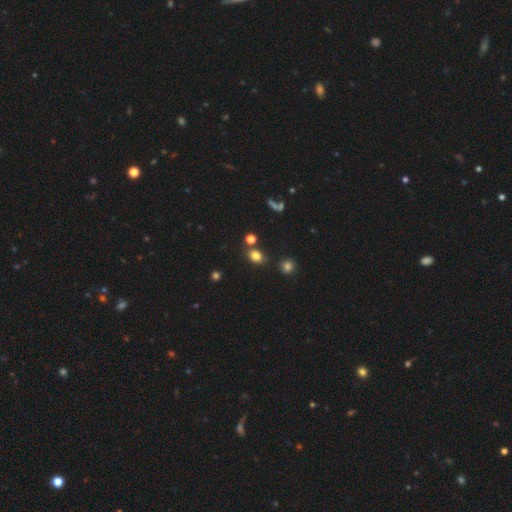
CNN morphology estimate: Smooth or featured? Predicted: smooth (p=0.78). How rounded? Predicted: in between (p=0.56). Merging? Predicted: none (p=0.73).